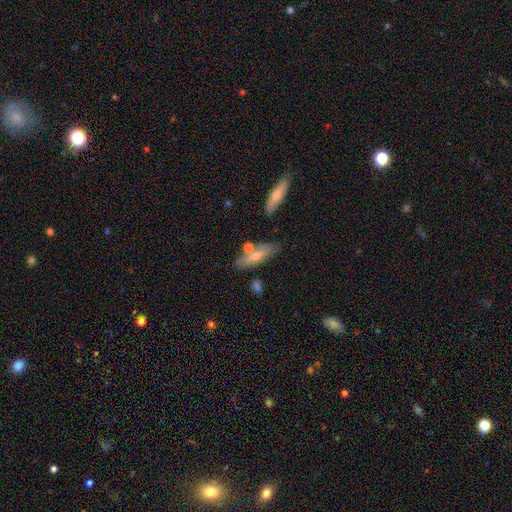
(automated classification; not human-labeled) Morphology: type=featured or disk (48%); merging=none (70%).